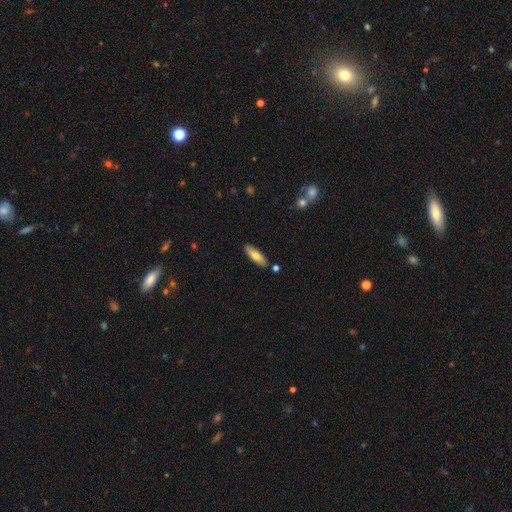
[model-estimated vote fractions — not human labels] smooth 73%, featured or disk 21%, star or artifact 6%. Down the decision tree: how rounded — in between (53%); merging — none (85%).